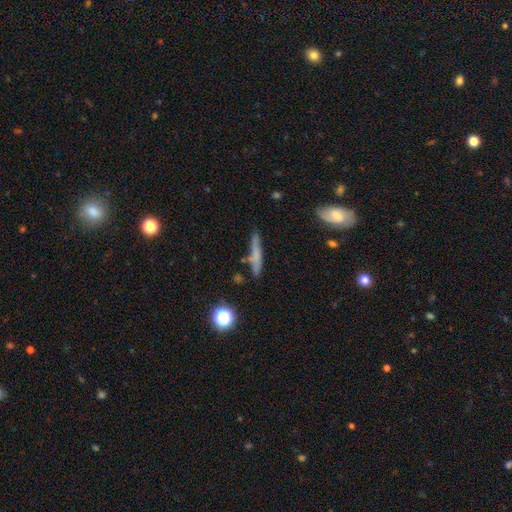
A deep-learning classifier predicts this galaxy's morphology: Smooth or featured: smooth — 59% (featured or disk — 32%)
How rounded: cigar-shaped — 89% (in between — 8%)
Merging: none — 73% (minor disturbance — 17%)